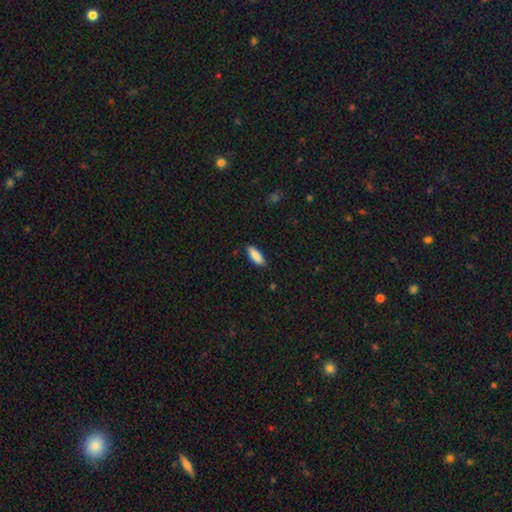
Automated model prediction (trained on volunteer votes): Morphology: type=smooth (89%); roundness=in between (67%); merging=none (88%).